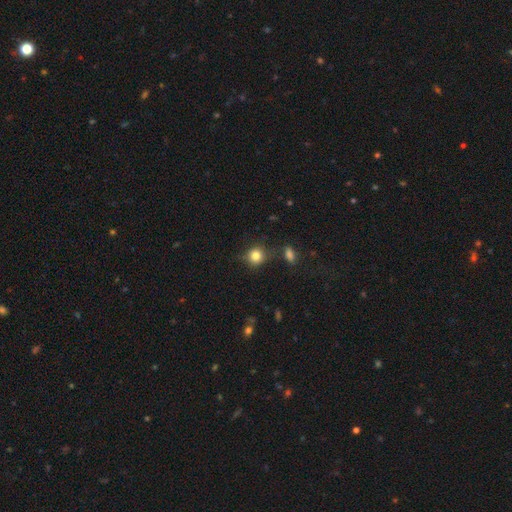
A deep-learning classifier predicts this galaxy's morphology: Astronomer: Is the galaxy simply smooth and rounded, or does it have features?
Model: smooth — 82%.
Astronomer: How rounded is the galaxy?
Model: round — 85%.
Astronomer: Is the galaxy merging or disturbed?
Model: none — 75%.